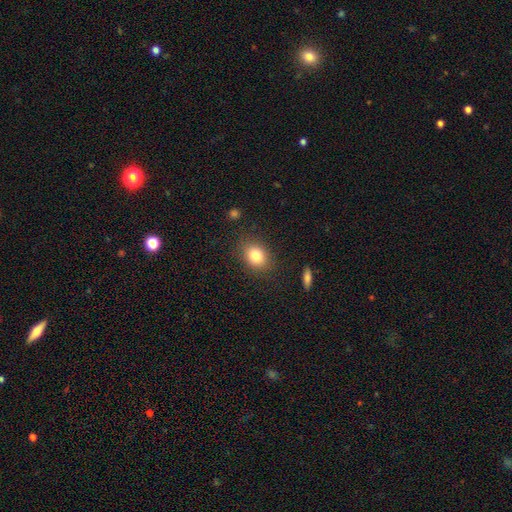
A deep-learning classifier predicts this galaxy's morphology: This appears to be a smooth galaxy with no disk features (82%) that is in between round and cigar-shaped (56%). Merging: none (83%).